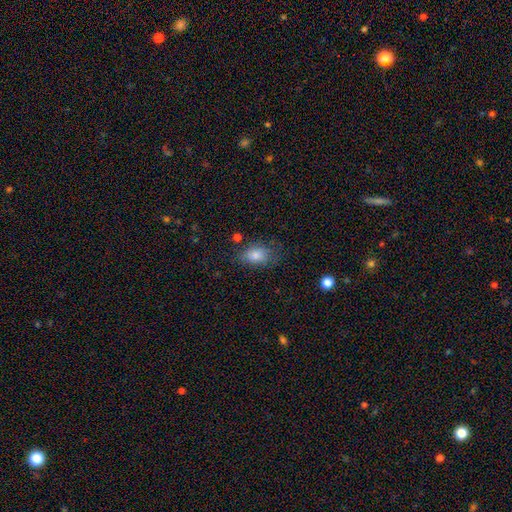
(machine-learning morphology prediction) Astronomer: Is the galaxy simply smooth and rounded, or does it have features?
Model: smooth — 81%.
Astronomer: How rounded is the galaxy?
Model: in between — 81%.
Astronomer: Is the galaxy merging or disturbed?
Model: none — 63%.